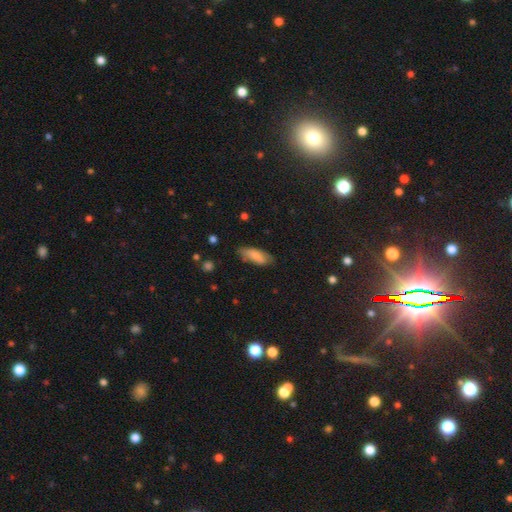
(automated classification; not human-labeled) smooth-or-featured: smooth: 80% | featured or disk: 14% | star or artifact: 6%
  how-rounded: in between: 73% | cigar-shaped: 25% | round: 2%
  merging: none: 74% | minor disturbance: 20% | major disturbance: 4% | merger: 1%